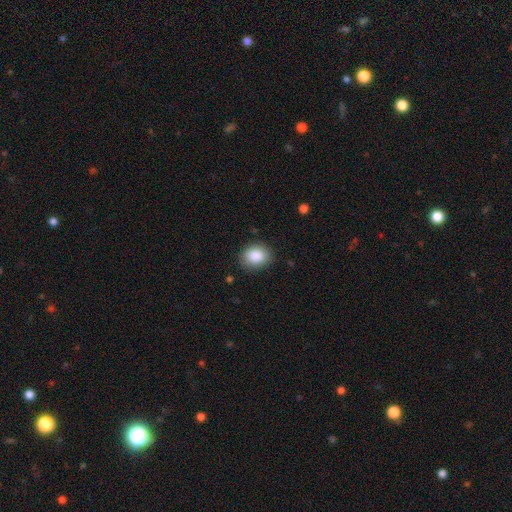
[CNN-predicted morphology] smooth-or-featured: smooth: 88% | star or artifact: 8% | featured or disk: 5%
  how-rounded: round: 51% | in between: 48% | cigar-shaped: 1%
  merging: none: 84% | minor disturbance: 12% | major disturbance: 3% | merger: 1%